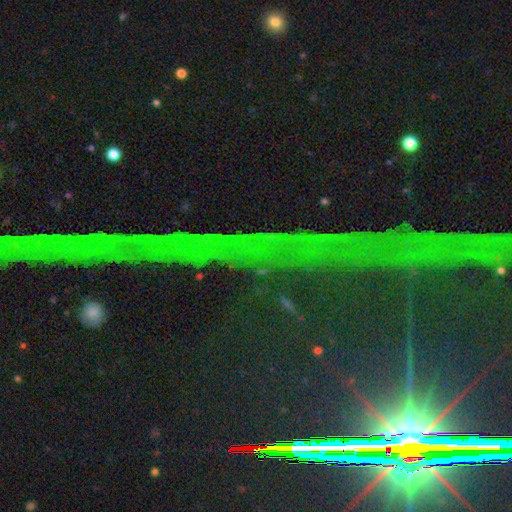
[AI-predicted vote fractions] star or artifact 85%, featured or disk 9%, smooth 7%.